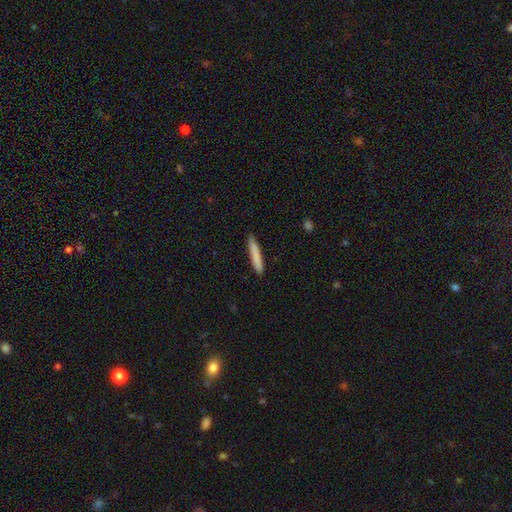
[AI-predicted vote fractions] Smooth or featured? smooth (81%)
How rounded? cigar-shaped (94%)
Merging? none (89%)